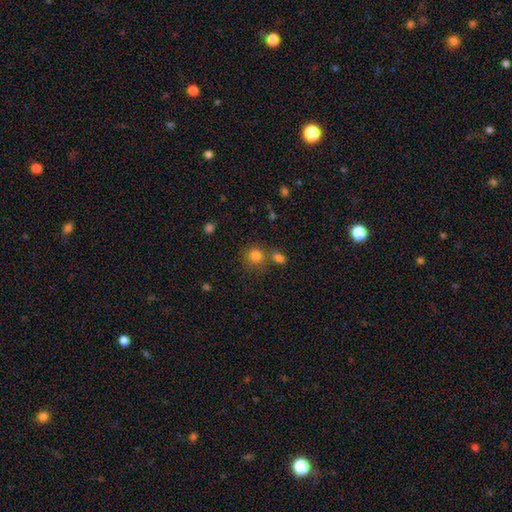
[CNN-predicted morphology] This appears to be a smooth galaxy with no disk features (80%) that is round (86%). Merging: none (63%).